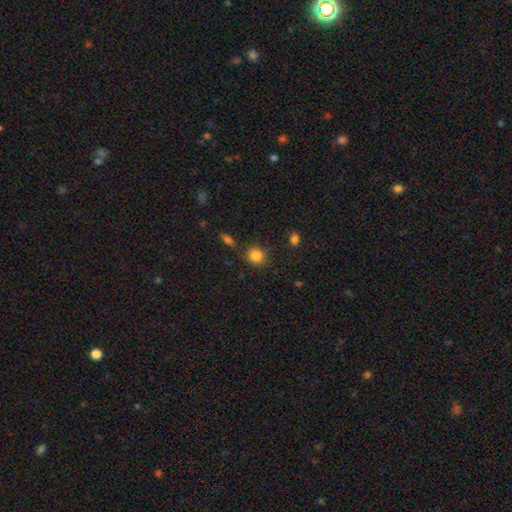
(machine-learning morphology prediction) Smooth or featured? Predicted: smooth (p=0.84). How rounded? Predicted: round (p=0.85). Merging? Predicted: none (p=0.81).